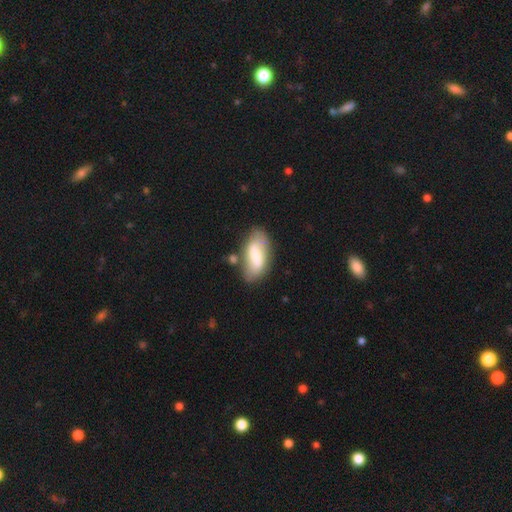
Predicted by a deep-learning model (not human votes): Smooth or featured?
  - smooth: 51% *
  - featured or disk: 43%
  - star or artifact: 7%
How rounded?
  - in between: 88% *
  - cigar-shaped: 9%
  - round: 3%
Merging?
  - none: 67% *
  - minor disturbance: 20%
  - merger: 7%
  - major disturbance: 6%